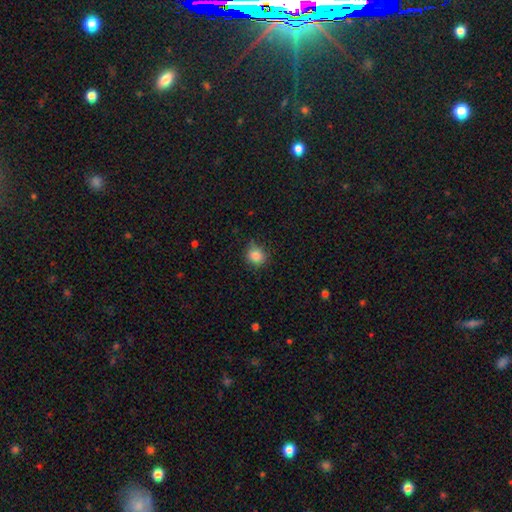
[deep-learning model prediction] Smooth or featured: smooth — 84% (star or artifact — 11%)
How rounded: round — 85% (in between — 14%)
Merging: none — 78% (minor disturbance — 18%)